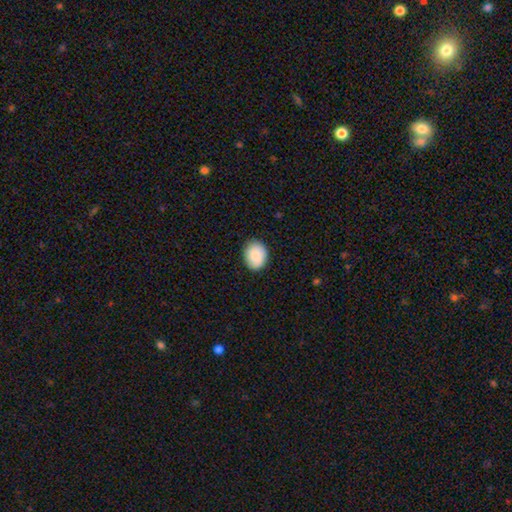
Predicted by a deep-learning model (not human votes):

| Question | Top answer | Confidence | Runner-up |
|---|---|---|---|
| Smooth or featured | smooth | 86% | featured or disk (7%) |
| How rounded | in between | 52% | round (47%) |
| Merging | none | 86% | minor disturbance (11%) |